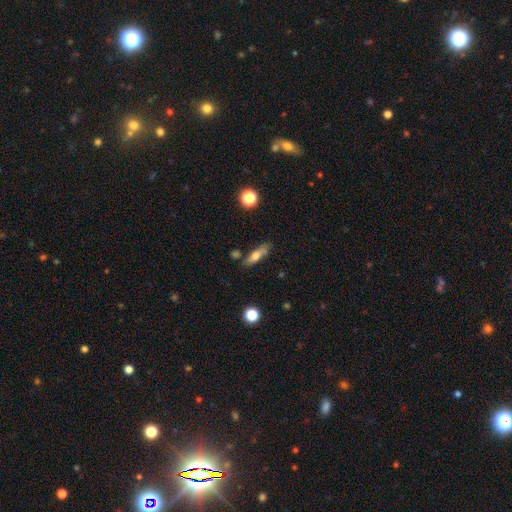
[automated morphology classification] Overall: smooth (61%; featured or disk 30%). How rounded: cigar-shaped (60%; in between 36%). Merging: none (70%).